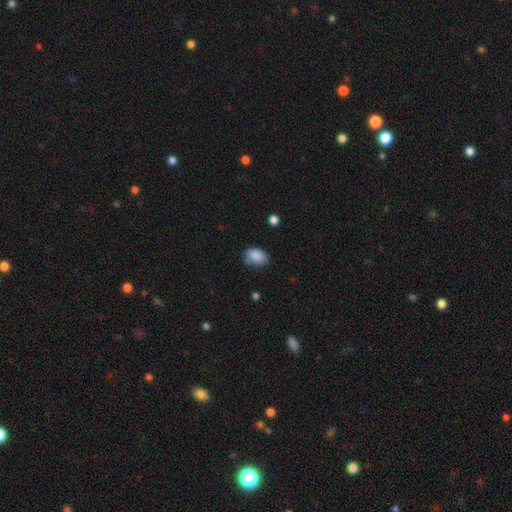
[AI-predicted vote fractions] Smooth or featured?
  - smooth: 86% *
  - star or artifact: 8%
  - featured or disk: 6%
How rounded?
  - in between: 84% *
  - round: 15%
  - cigar-shaped: 1%
Merging?
  - none: 71% *
  - minor disturbance: 22%
  - major disturbance: 5%
  - merger: 2%